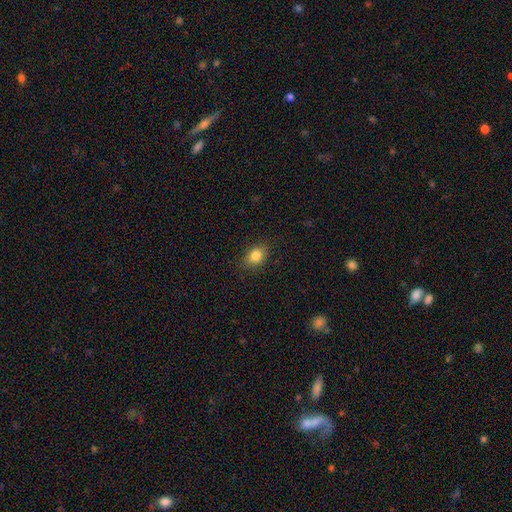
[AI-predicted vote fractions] Smooth or featured? Predicted: smooth (p=0.83). How rounded? Predicted: in between (p=0.60). Merging? Predicted: none (p=0.86).